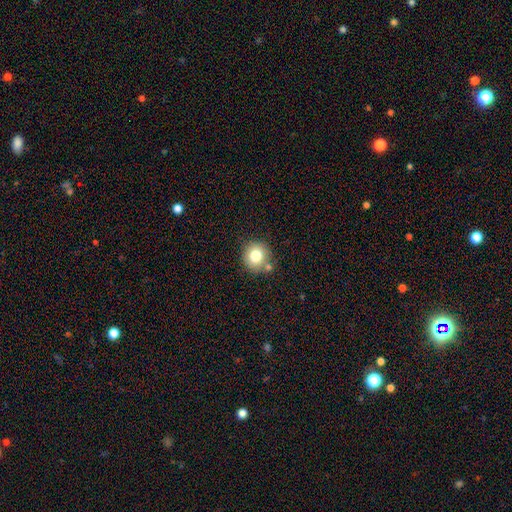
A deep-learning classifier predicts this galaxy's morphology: The model was most divided on "merging": none: 75%, minor disturbance: 12%, merger: 10%, major disturbance: 3%. More confident: how rounded — round (87%); smooth or featured — smooth (80%).